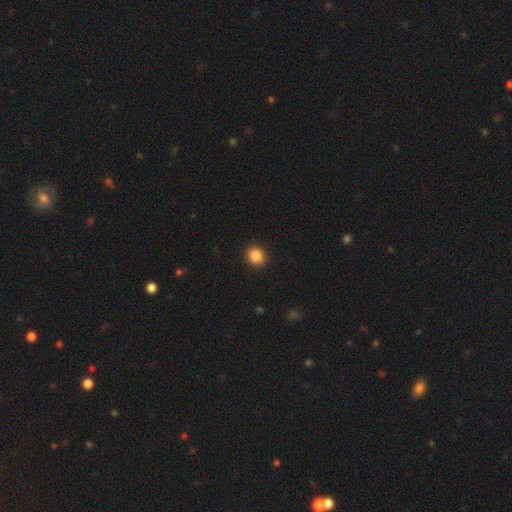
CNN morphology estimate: Smooth or featured: smooth — 86% (star or artifact — 10%)
How rounded: round — 79% (in between — 20%)
Merging: none — 92% (minor disturbance — 5%)